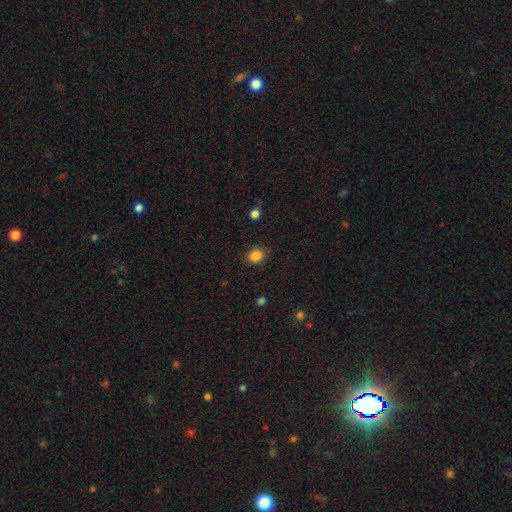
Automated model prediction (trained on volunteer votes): Q: Smooth or featured?
A: smooth (86%); runner-up: star or artifact (11%)
Q: How rounded?
A: round (63%); runner-up: in between (36%)
Q: Merging?
A: none (84%); runner-up: minor disturbance (11%)